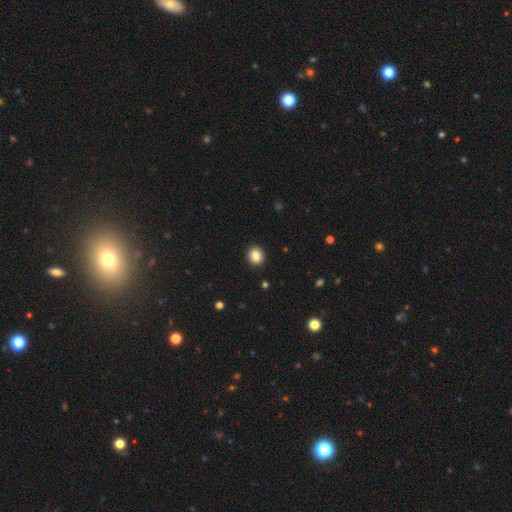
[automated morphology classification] type=smooth (85%); roundness=round (76%); merging=none (92%).